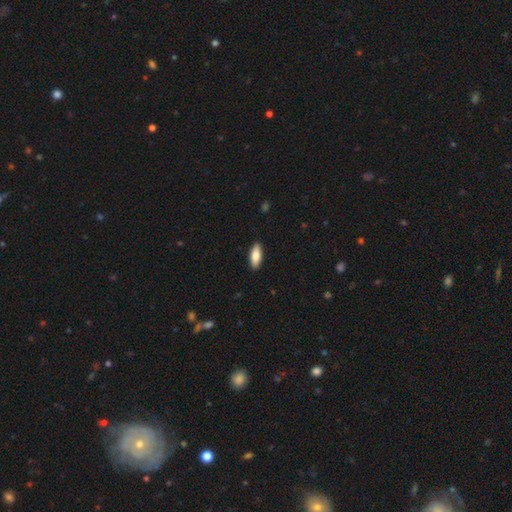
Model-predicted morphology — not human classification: Q: Smooth or featured?
A: smooth (78%); runner-up: featured or disk (16%)
Q: How rounded?
A: in between (68%); runner-up: cigar-shaped (30%)
Q: Merging?
A: none (90%); runner-up: minor disturbance (7%)